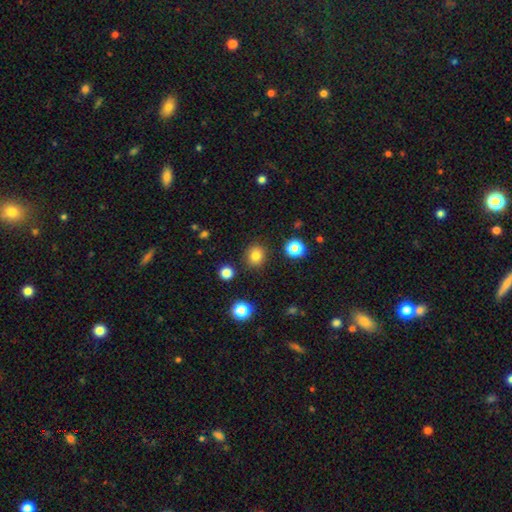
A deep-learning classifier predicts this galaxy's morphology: Smooth or featured: smooth — 81% (star or artifact — 13%)
How rounded: round — 83% (in between — 16%)
Merging: none — 88% (minor disturbance — 7%)